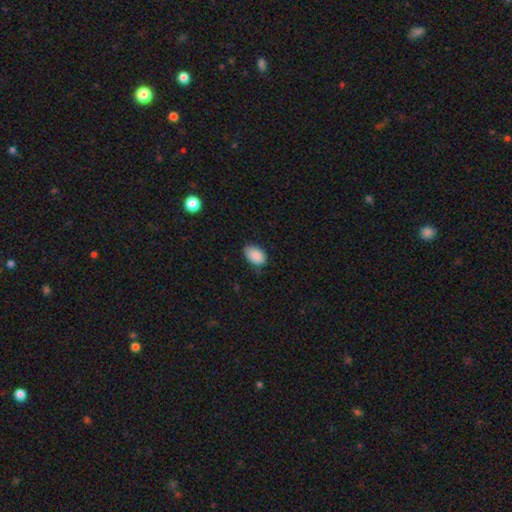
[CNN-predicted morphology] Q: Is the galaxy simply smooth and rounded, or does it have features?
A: smooth — 89%.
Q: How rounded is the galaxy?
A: in between — 89%.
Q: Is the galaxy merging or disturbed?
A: none — 72%.